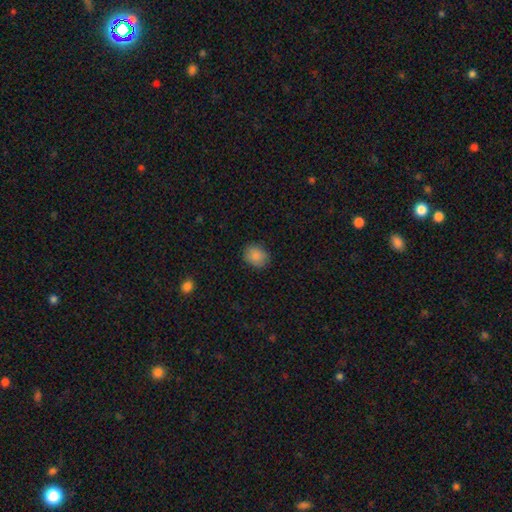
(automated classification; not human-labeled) Smooth or featured: smooth — 87% (star or artifact — 9%)
How rounded: round — 61% (in between — 38%)
Merging: none — 86% (minor disturbance — 11%)